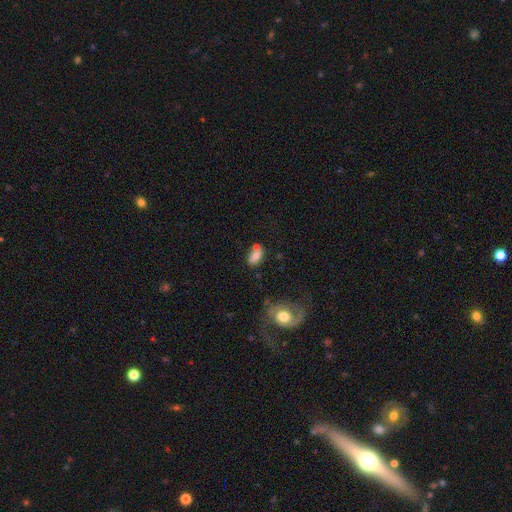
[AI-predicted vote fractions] Smooth or featured: smooth — 66% (featured or disk — 24%)
How rounded: in between — 78% (round — 19%)
Merging: none — 47% (merger — 30%)